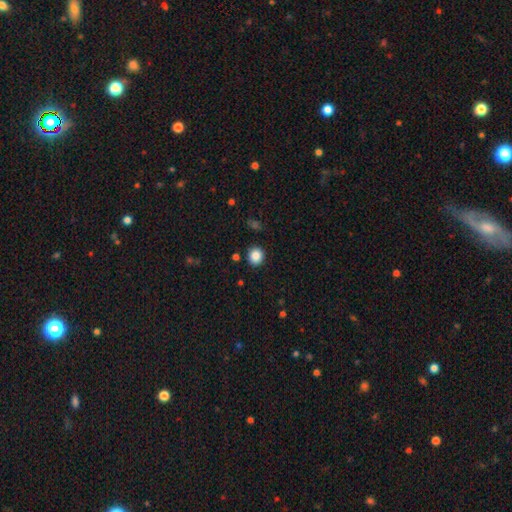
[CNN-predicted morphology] type=smooth (86%); roundness=round (86%); merging=none (90%).